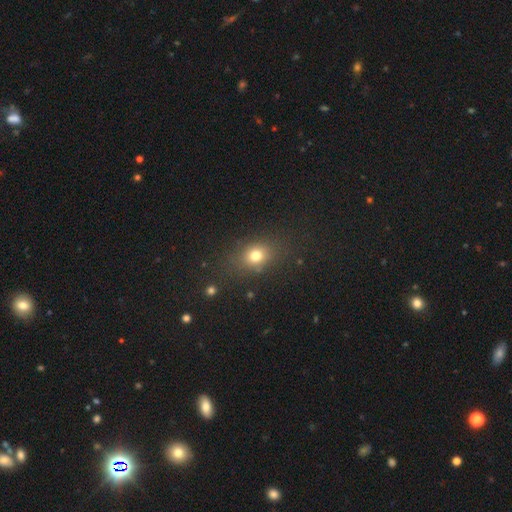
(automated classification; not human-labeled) The model was most divided on "how rounded": in between: 50%, round: 48%, cigar-shaped: 2%. More confident: merging — none (77%); smooth or featured — smooth (76%).